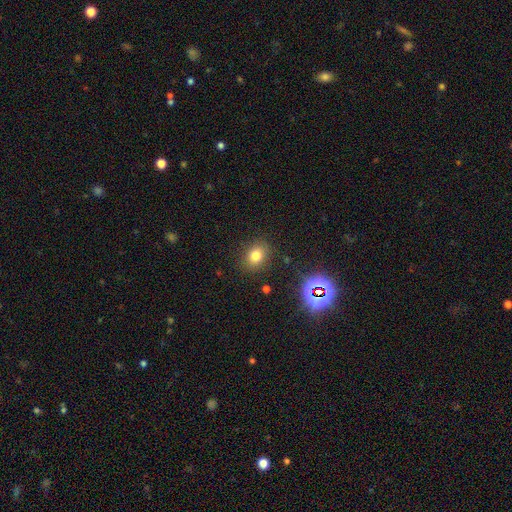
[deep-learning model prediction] A smooth galaxy with no disk features (76%) that is round (50%). Merging: none (85%).